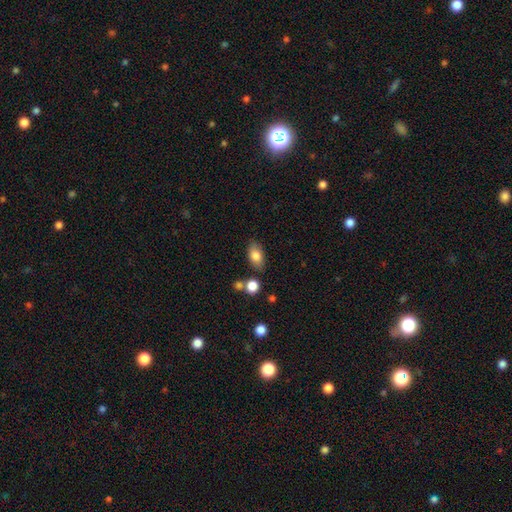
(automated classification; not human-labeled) This is clearly a smooth galaxy (81%). How rounded: clearly in between (89%). Merging: likely none (79%).